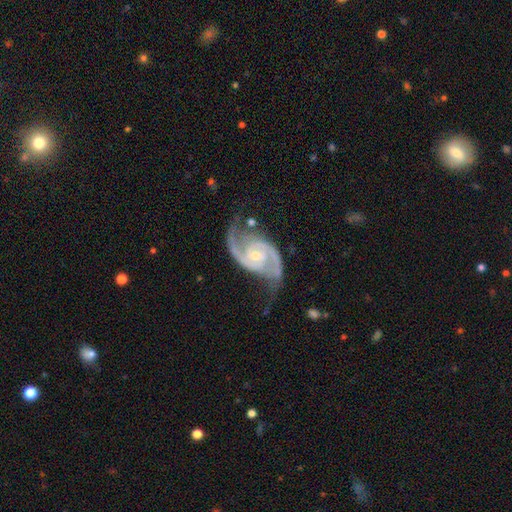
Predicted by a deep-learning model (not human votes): This is clearly a featured or disk galaxy (93%). It is clearly not viewed edge-on (98%). Bar: possibly no (49%). Spiral arm pattern: clearly yes (98%). Spiral arm count: clearly 2 (93%). Spiral winding: possibly medium (58%). Central bulge: likely small (62%). Merging: likely none (67%).